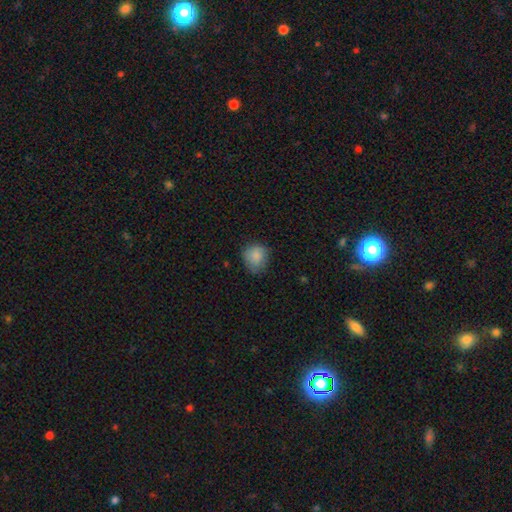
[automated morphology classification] This appears to be a smooth galaxy with no disk features (85%) that is round (77%). Merging: none (67%).